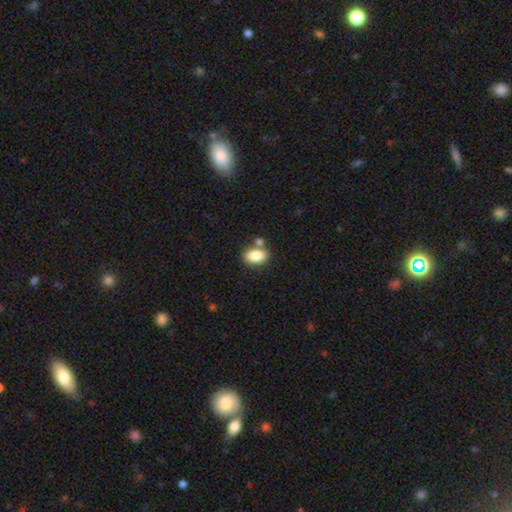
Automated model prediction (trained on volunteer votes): Smooth or featured?
  - smooth: 84% *
  - star or artifact: 8%
  - featured or disk: 8%
How rounded?
  - in between: 84% *
  - round: 15%
  - cigar-shaped: 2%
Merging?
  - none: 68% *
  - merger: 18%
  - minor disturbance: 11%
  - major disturbance: 3%